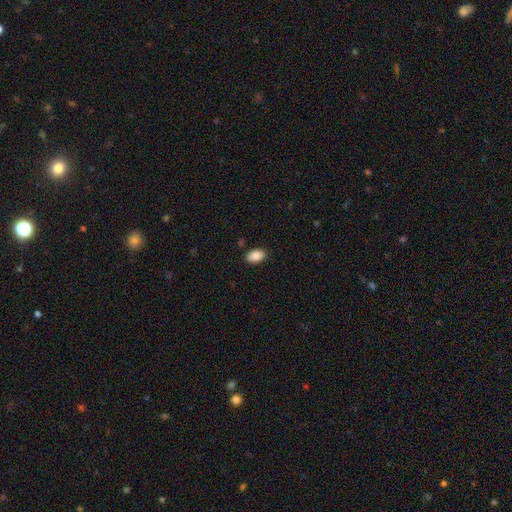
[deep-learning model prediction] A smooth galaxy with no disk features (89%) that is in between round and cigar-shaped (91%).

Vote fractions:
- Smooth or featured? smooth: 89% / star or artifact: 7% / featured or disk: 4%
- How rounded? in between: 91% / round: 7% / cigar-shaped: 1%
- Merging? none: 87% / minor disturbance: 10% / major disturbance: 2% / merger: 1%